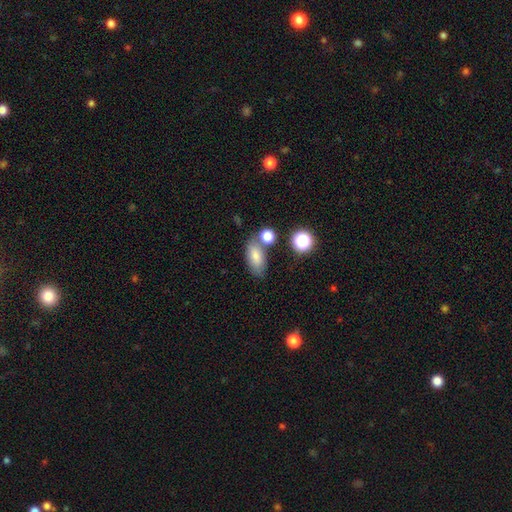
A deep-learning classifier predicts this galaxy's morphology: Smooth or featured? Predicted: smooth (p=0.78). How rounded? Predicted: in between (p=0.85). Merging? Predicted: none (p=0.61).